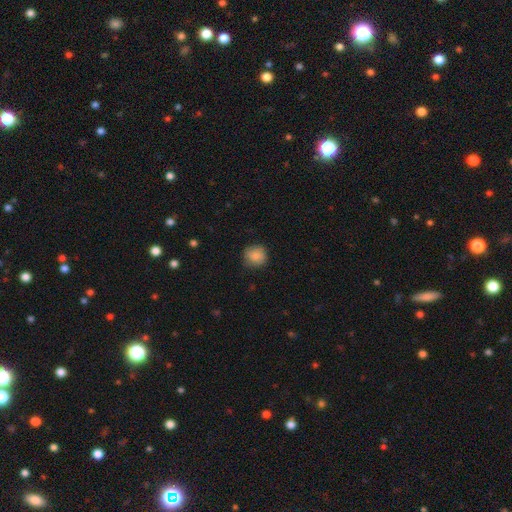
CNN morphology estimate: This appears to be a smooth galaxy with no disk features (86%) that is round (89%). Merging: none (82%).